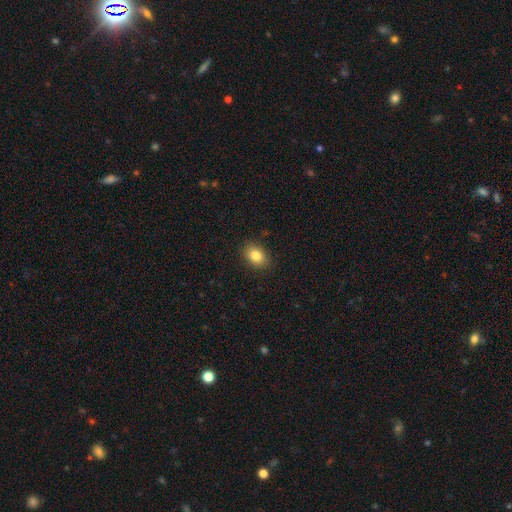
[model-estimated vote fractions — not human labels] smooth_or_featured: smooth (p=0.84) [alt: star or artifact p=0.09]
how_rounded: in between (p=0.74) [alt: round p=0.25]
merging: none (p=0.88) [alt: minor disturbance p=0.09]